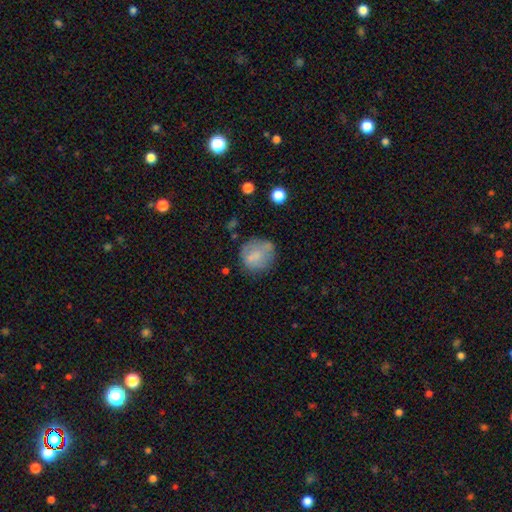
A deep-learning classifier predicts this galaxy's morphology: Smooth or featured?
  - smooth: 69% *
  - featured or disk: 22%
  - star or artifact: 9%
How rounded?
  - round: 83% *
  - in between: 16%
  - cigar-shaped: 1%
Merging?
  - none: 60% *
  - minor disturbance: 24%
  - major disturbance: 12%
  - merger: 4%